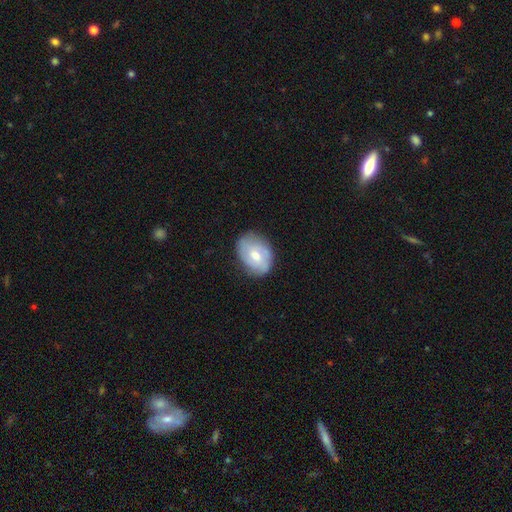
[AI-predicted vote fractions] A smooth galaxy with no disk features (51%) that is in between round and cigar-shaped (73%). Merging: none (73%).